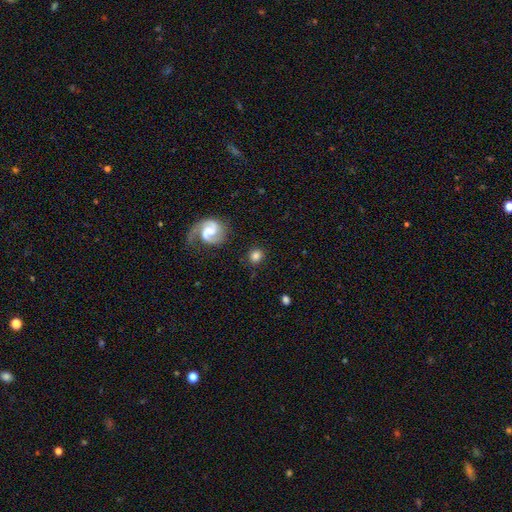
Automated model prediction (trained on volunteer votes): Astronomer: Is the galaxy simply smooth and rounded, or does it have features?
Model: smooth — 71%.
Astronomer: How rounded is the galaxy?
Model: round — 87%.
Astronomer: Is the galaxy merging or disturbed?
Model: none — 85%.